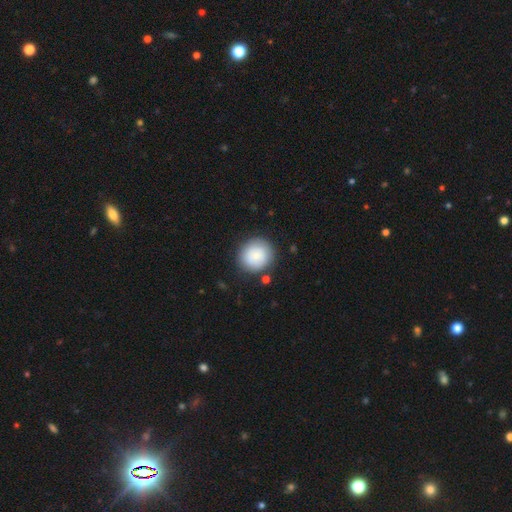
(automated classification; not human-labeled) The model was most divided on "smooth or featured": smooth: 83%, featured or disk: 10%, star or artifact: 7%. More confident: how rounded — round (91%); merging — none (84%).